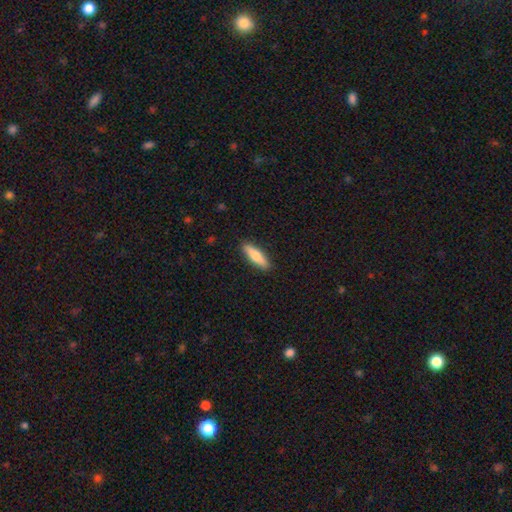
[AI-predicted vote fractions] Q: Smooth or featured?
A: smooth (71%); runner-up: featured or disk (24%)
Q: How rounded?
A: cigar-shaped (65%); runner-up: in between (33%)
Q: Merging?
A: none (90%); runner-up: minor disturbance (7%)